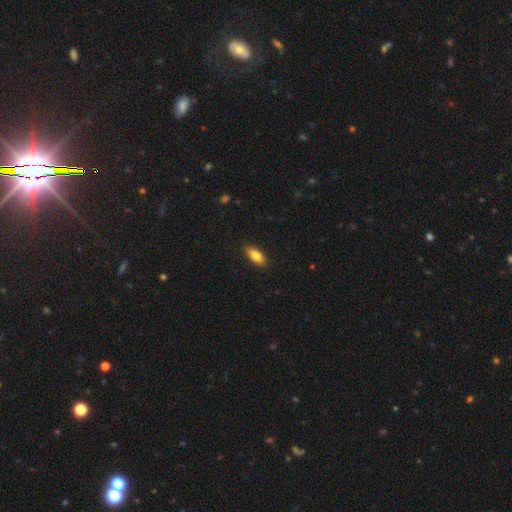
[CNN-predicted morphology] Smooth or featured? smooth (82%)
How rounded? in between (80%)
Merging? none (89%)